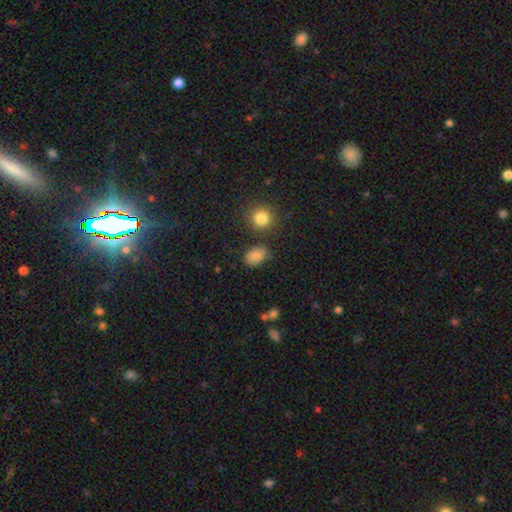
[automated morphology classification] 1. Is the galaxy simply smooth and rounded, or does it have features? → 83% smooth, 11% star or artifact, 6% featured or disk.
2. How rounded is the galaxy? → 76% in between, 23% round, 1% cigar-shaped.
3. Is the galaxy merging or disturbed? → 74% none, 16% minor disturbance, 5% merger, 4% major disturbance.